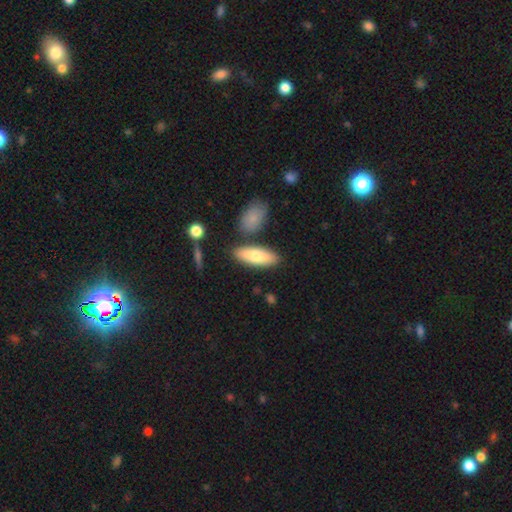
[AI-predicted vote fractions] Overall: smooth (73%). How rounded: in between (64%; cigar-shaped 33%). Merging: none (78%).